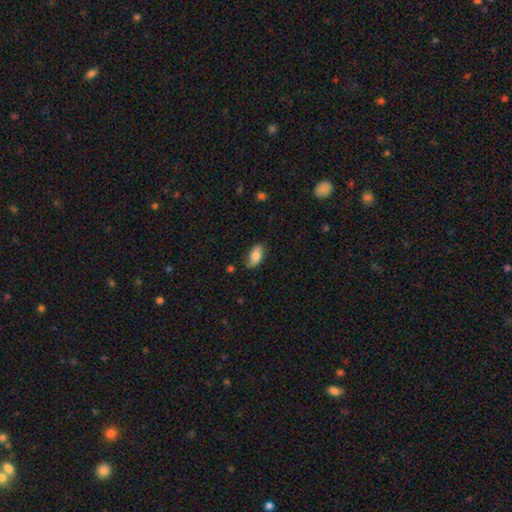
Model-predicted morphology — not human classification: Overall: smooth (78%). How rounded: in between (89%). Merging: none (78%).